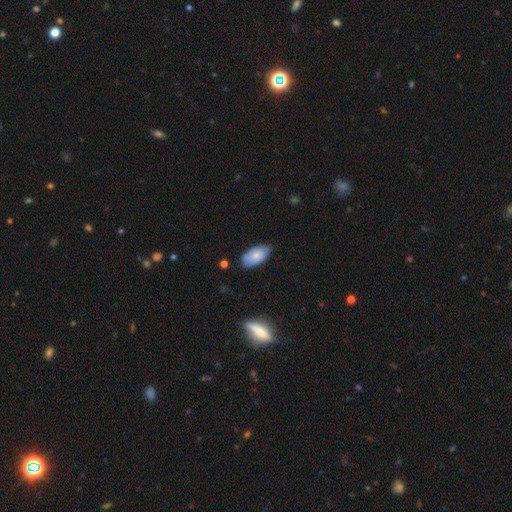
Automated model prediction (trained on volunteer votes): The model was most divided on "merging": none: 72%, minor disturbance: 23%, major disturbance: 3%, merger: 2%. More confident: how rounded — in between (94%); smooth or featured — smooth (79%).